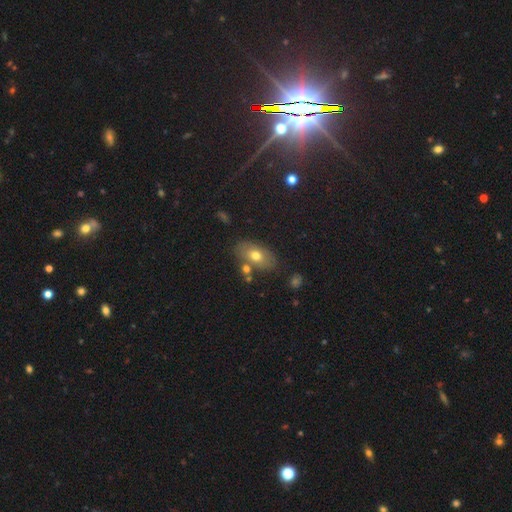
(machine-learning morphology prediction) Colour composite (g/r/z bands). It shows a smooth galaxy with no disk features (66%) that is in between round and cigar-shaped (87%). Merging: none (72%).